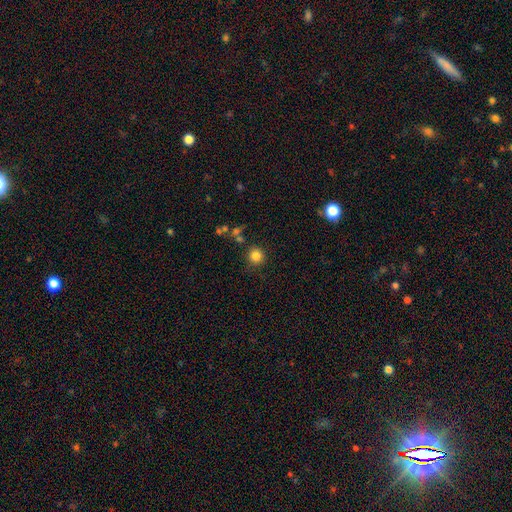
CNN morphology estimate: Smooth or featured? Predicted: smooth (p=0.83). How rounded? Predicted: round (p=0.93). Merging? Predicted: none (p=0.83).